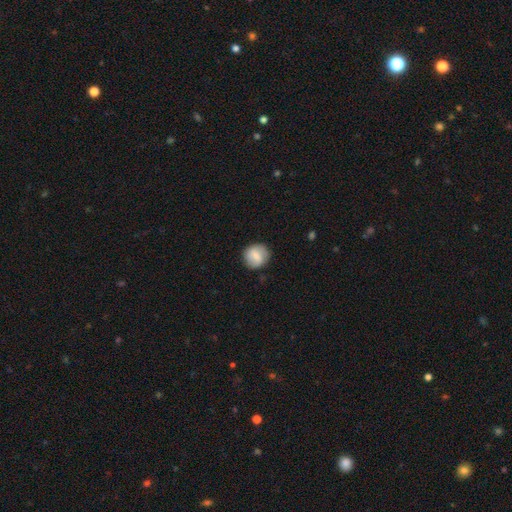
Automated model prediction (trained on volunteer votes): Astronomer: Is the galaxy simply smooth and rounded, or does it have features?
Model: smooth — 73%.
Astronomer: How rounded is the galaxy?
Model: round — 87%.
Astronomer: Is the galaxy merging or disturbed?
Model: none — 83%.